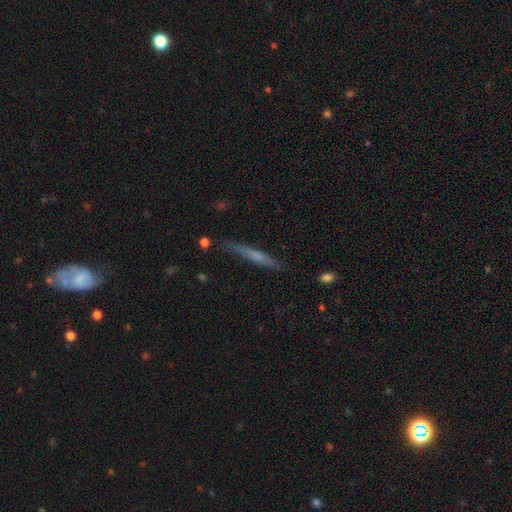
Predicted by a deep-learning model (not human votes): A smooth galaxy with no disk features (48%).

Vote fractions:
- Smooth or featured? smooth: 48% / featured or disk: 45% / star or artifact: 8%
- Merging? none: 80% / minor disturbance: 15% / major disturbance: 3% / merger: 2%